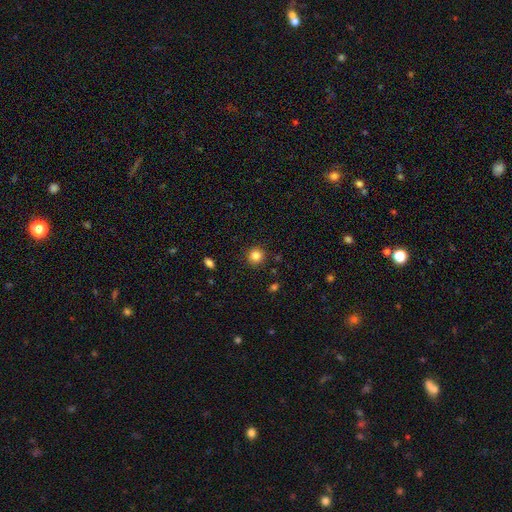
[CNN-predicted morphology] type=smooth (84%); roundness=round (93%); merging=none (90%).